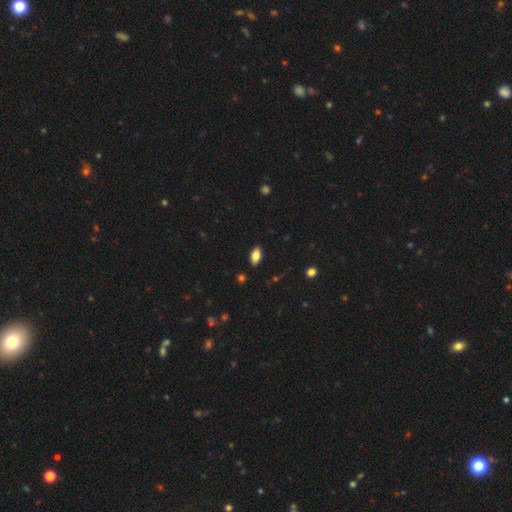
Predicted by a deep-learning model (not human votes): smooth 82%, featured or disk 10%, star or artifact 8%. Down the decision tree: how rounded — in between (91%); merging — none (87%).